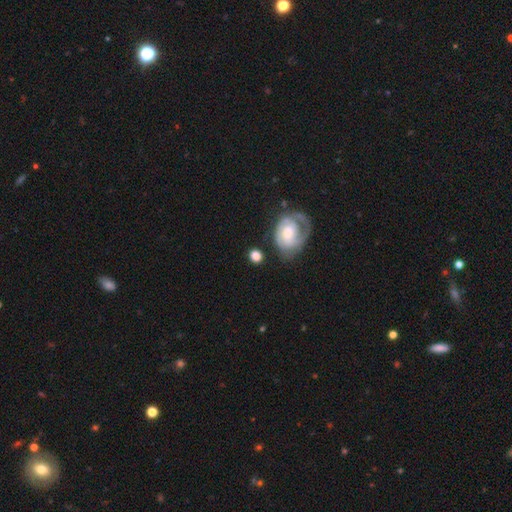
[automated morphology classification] smooth_or_featured: smooth (p=0.68) [alt: featured or disk p=0.23]
how_rounded: round (p=0.69) [alt: in between p=0.29]
merging: none (p=0.68) [alt: minor disturbance p=0.17]